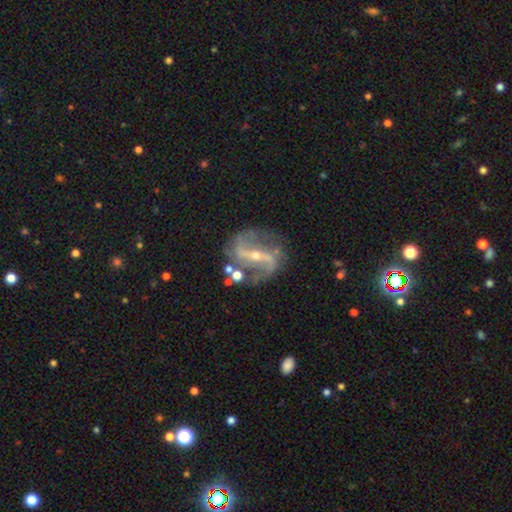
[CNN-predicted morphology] This appears to be a featured or disk galaxy (89%) with a strong bar (64%), 2 (90%) loose (56%) spiral arms (95%) and a small central bulge (69%). Merging: none (73%).